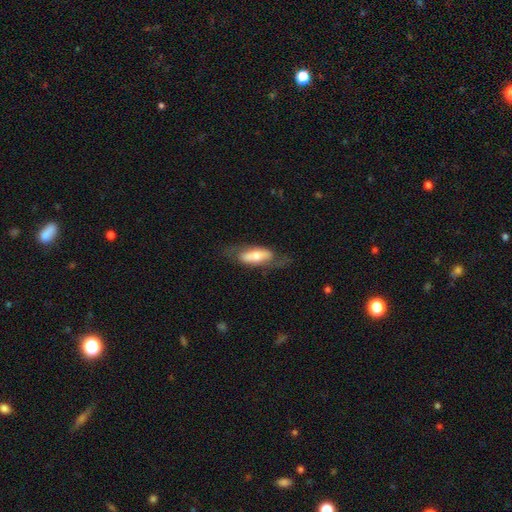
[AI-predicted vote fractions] A smooth galaxy with no disk features (52%) that is in between round and cigar-shaped (67%).

Vote fractions:
- Smooth or featured? smooth: 52% / featured or disk: 43% / star or artifact: 6%
- How rounded? in between: 67% / cigar-shaped: 30% / round: 3%
- Merging? none: 62% / minor disturbance: 22% / major disturbance: 14% / merger: 2%